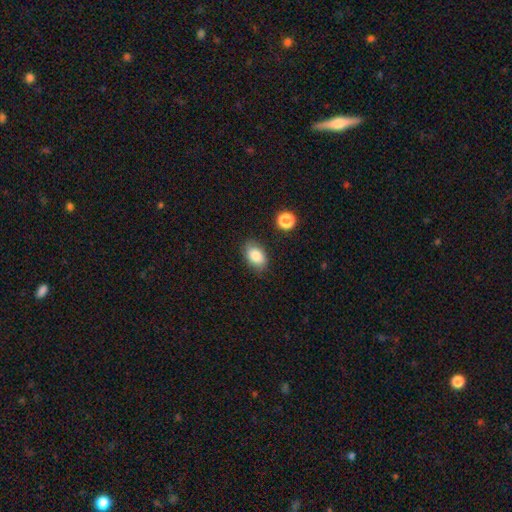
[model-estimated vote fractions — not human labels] The model was most divided on "merging": none: 81%, minor disturbance: 13%, major disturbance: 3%, merger: 2%. More confident: how rounded — in between (89%); smooth or featured — smooth (85%).